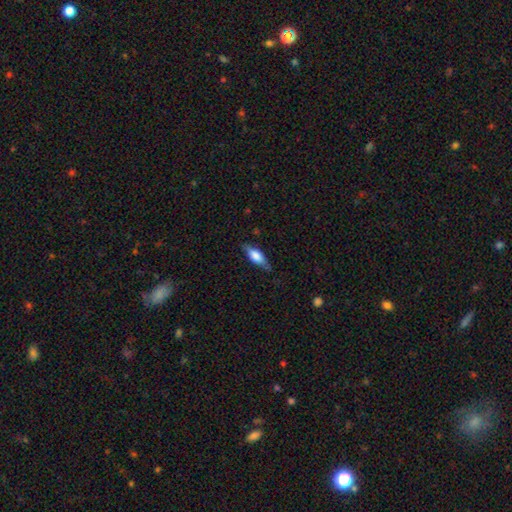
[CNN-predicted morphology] type=smooth (67%); roundness=in between (66%); merging=none (74%).